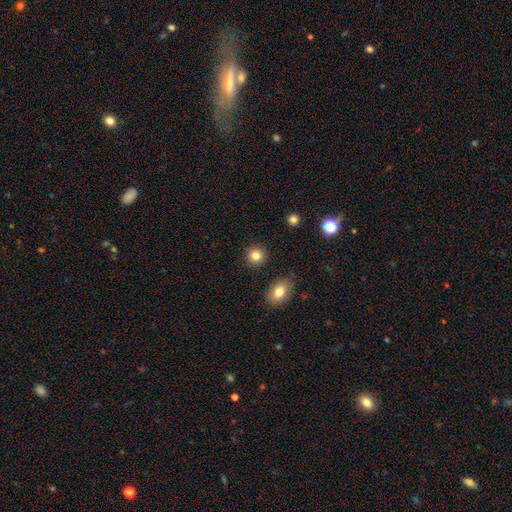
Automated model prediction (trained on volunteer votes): smooth-or-featured: smooth: 84% | star or artifact: 11% | featured or disk: 5%
  how-rounded: round: 91% | in between: 8% | cigar-shaped: 1%
  merging: none: 91% | minor disturbance: 5% | major disturbance: 2% | merger: 2%